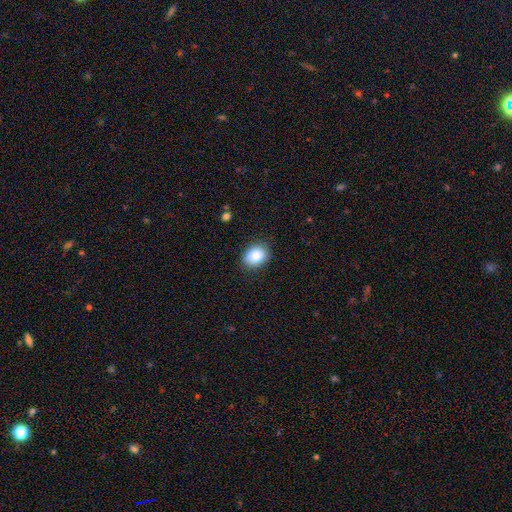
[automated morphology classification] Smooth or featured? smooth (87%)
How rounded? in between (68%)
Merging? none (84%)